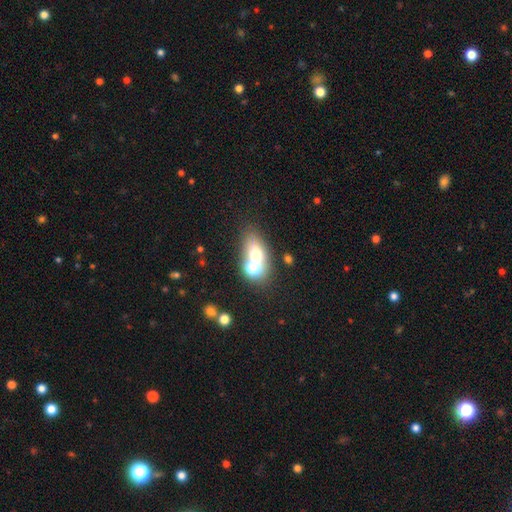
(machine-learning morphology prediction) Overall: smooth (59%; featured or disk 23%). How rounded: in between (63%; round 33%). Merging: none (47%; merger 37%).